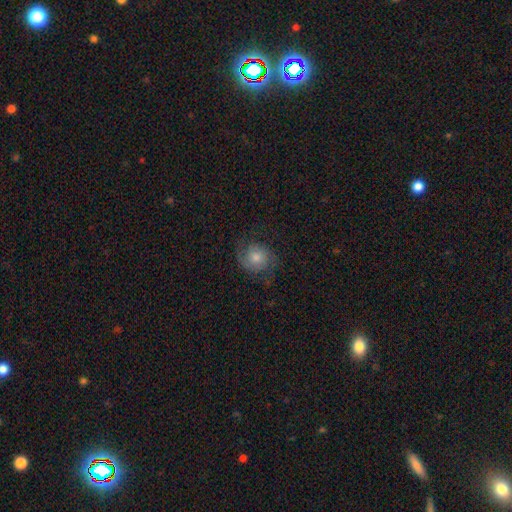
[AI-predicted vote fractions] Morphology: type=featured or disk (60%); edge-on=no (97%); bar=no (78%); spiral arms=yes (92%); winding=medium (43%); arm count=2 (82%); bulge=moderate (56%); merging=none (73%).